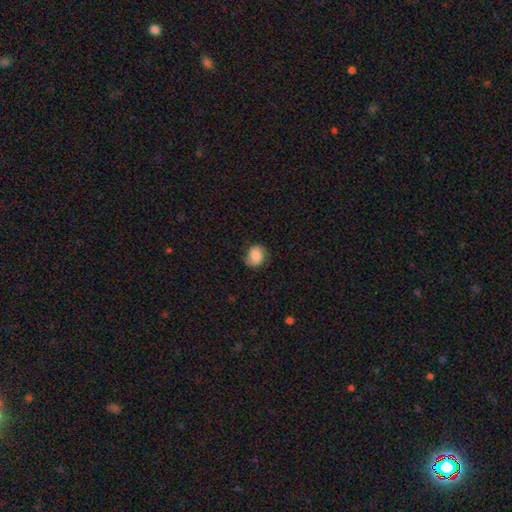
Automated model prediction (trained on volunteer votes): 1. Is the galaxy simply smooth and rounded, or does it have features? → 74% smooth, 17% featured or disk, 9% star or artifact.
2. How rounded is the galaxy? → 62% round, 37% in between, 1% cigar-shaped.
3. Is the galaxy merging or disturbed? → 74% none, 19% minor disturbance, 6% major disturbance, 1% merger.